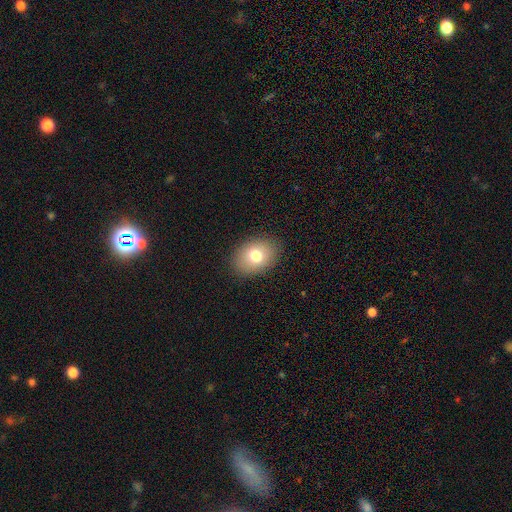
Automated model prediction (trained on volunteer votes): smooth 77%, featured or disk 13%, star or artifact 10%. Down the decision tree: how rounded — in between (74%); merging — none (87%).